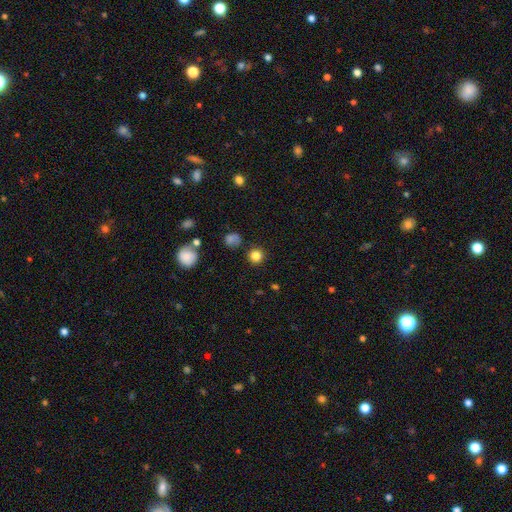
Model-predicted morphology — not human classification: Smooth or featured? smooth (82%)
How rounded? round (92%)
Merging? none (87%)